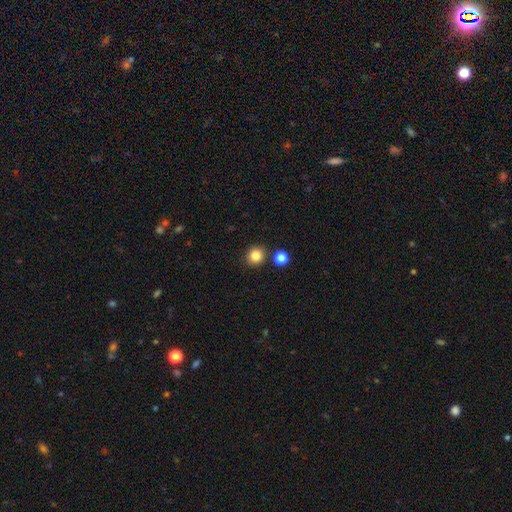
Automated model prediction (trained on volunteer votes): Q: Smooth or featured?
A: smooth (84%); runner-up: star or artifact (12%)
Q: How rounded?
A: round (91%); runner-up: in between (9%)
Q: Merging?
A: none (85%); runner-up: minor disturbance (7%)